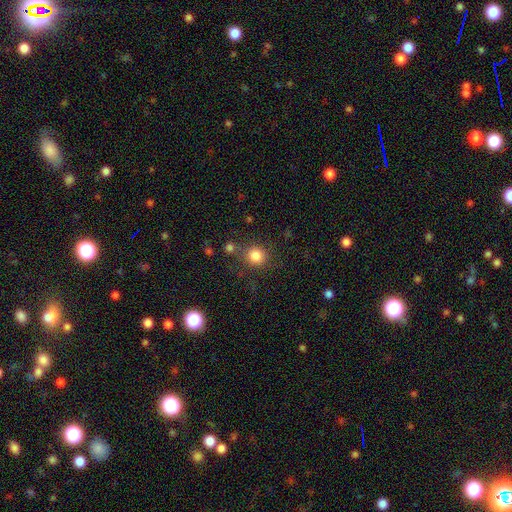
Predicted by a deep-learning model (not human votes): Smooth or featured? smooth (83%)
How rounded? round (90%)
Merging? none (78%)